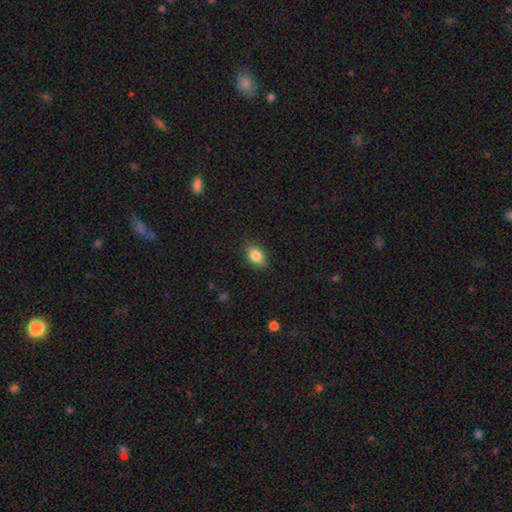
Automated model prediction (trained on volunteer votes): Smooth or featured? smooth (85%)
How rounded? in between (80%)
Merging? none (85%)